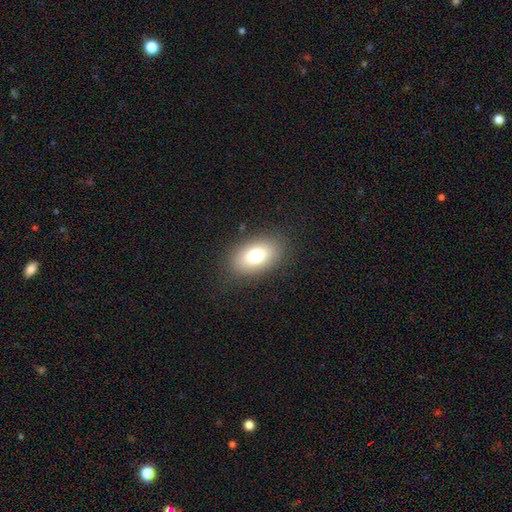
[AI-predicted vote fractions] smooth 75%, featured or disk 15%, star or artifact 11%. Down the decision tree: how rounded — in between (87%); merging — none (85%).